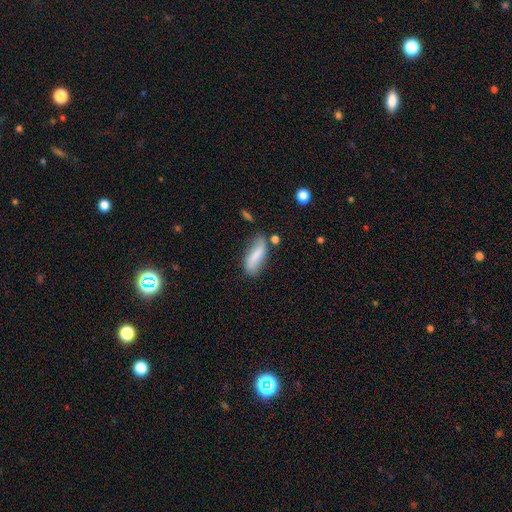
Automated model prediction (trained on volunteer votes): This is likely a smooth galaxy (70%). How rounded: likely in between (63%). Merging: possibly none (56%).